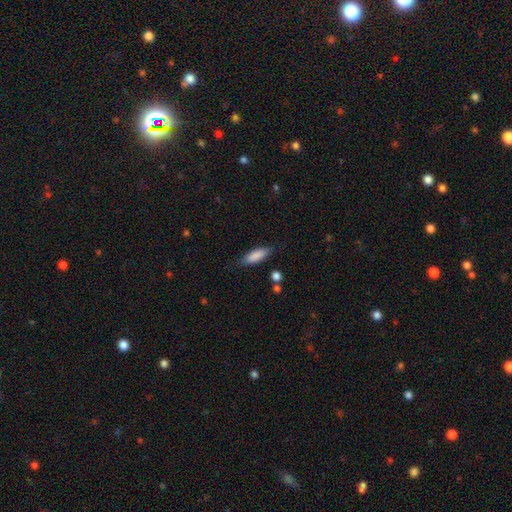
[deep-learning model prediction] The model was most divided on "how rounded": in between: 56%, cigar-shaped: 42%, round: 2%. More confident: smooth or featured — smooth (84%); merging — none (80%).